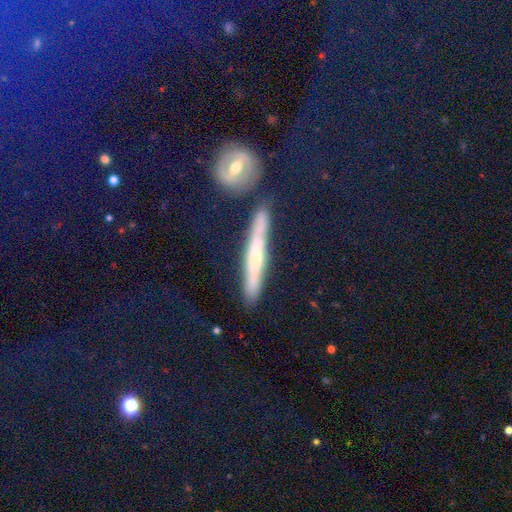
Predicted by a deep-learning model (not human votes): featured or disk 40%, smooth 39%, star or artifact 20%. Down the decision tree: merging — none (82%).